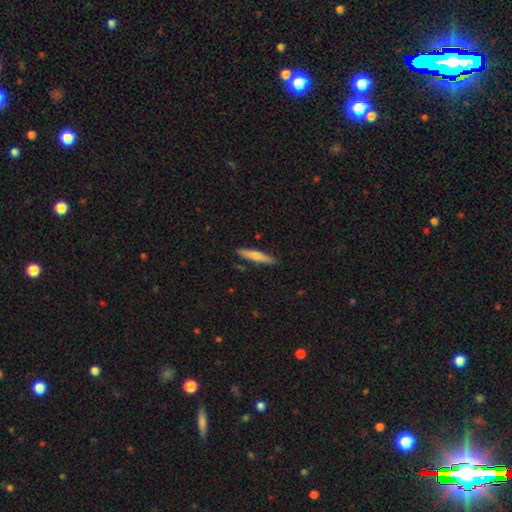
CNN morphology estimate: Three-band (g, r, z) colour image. It shows a smooth galaxy with no disk features (68%) that is cigar-shaped (92%). Merging: none (88%).